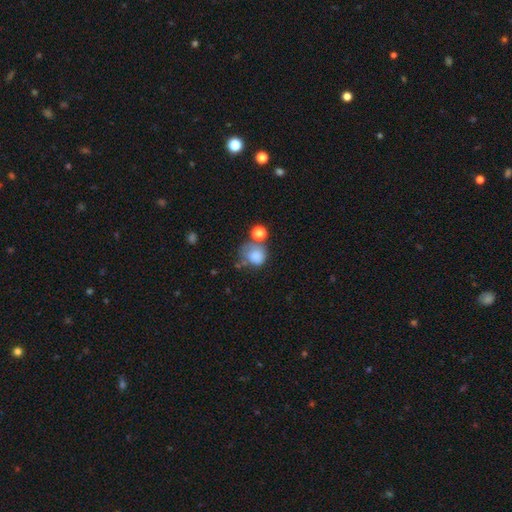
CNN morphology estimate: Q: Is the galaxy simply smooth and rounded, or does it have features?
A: smooth — 77%.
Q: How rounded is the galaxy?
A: round — 73%.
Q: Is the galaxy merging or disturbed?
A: none — 38%.